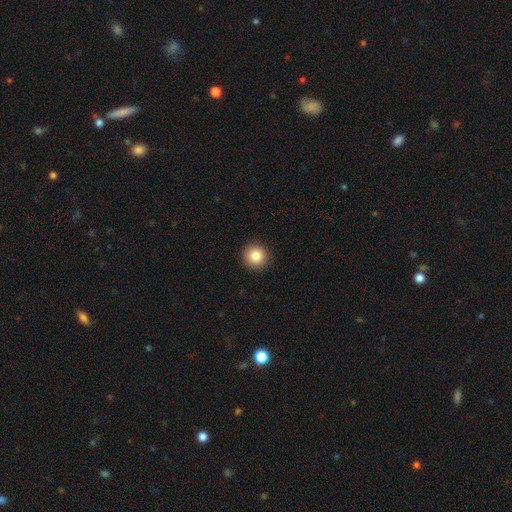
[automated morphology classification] This appears to be a smooth galaxy with no disk features (84%) that is round (96%). Merging: none (93%).